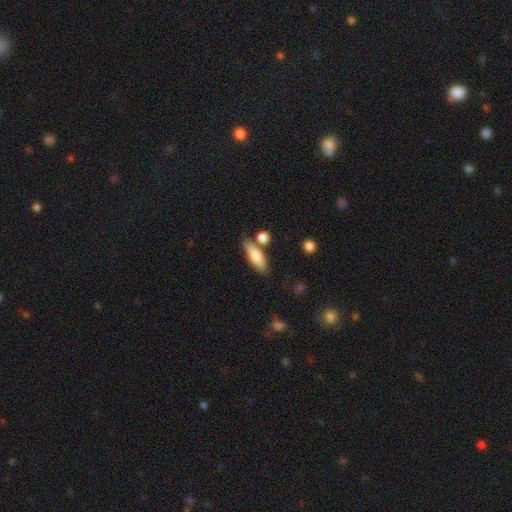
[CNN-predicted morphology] smooth-or-featured: smooth: 79% | featured or disk: 14% | star or artifact: 6%
  how-rounded: in between: 58% | cigar-shaped: 39% | round: 3%
  merging: none: 70% | minor disturbance: 14% | merger: 13% | major disturbance: 4%